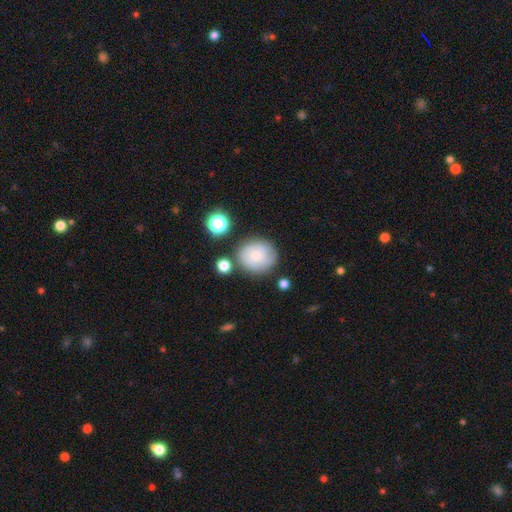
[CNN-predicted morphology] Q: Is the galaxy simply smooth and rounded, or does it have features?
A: smooth — 64%.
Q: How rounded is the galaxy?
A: round — 86%.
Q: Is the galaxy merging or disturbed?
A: none — 73%.